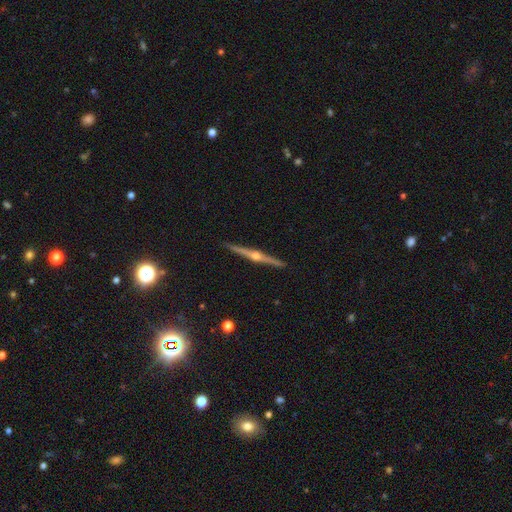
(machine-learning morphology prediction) type=featured or disk (86%); edge-on=yes (99%); edge-on bulge=rounded (93%); merging=none (93%).